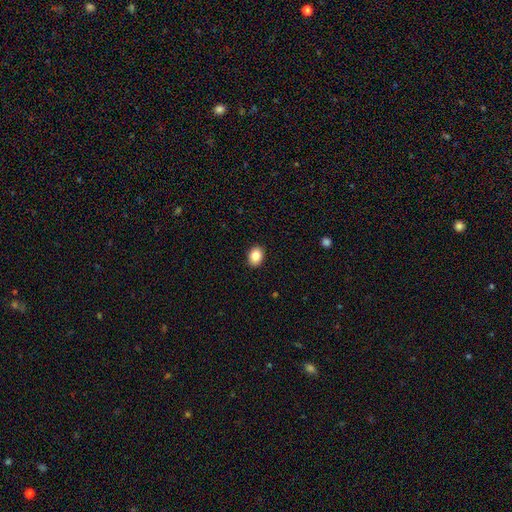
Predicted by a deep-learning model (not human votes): The model was most divided on "how rounded": in between: 65%, round: 34%, cigar-shaped: 1%. More confident: merging — none (91%); smooth or featured — smooth (86%).